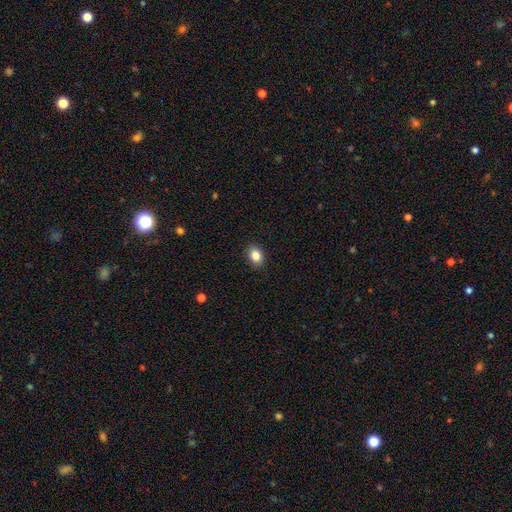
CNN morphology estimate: Smooth or featured? smooth (85%)
How rounded? in between (70%)
Merging? none (89%)